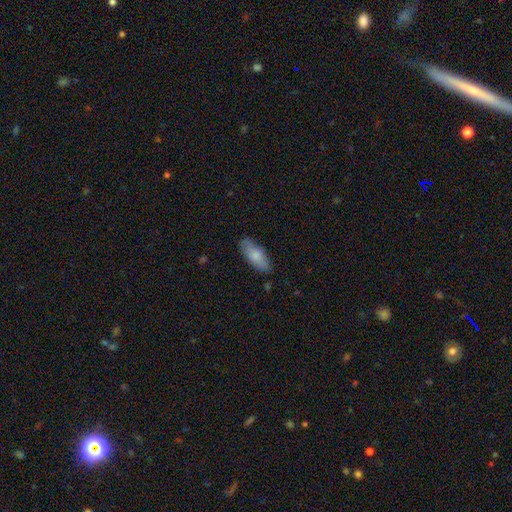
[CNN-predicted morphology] type=smooth (77%); roundness=in between (74%); merging=none (78%).